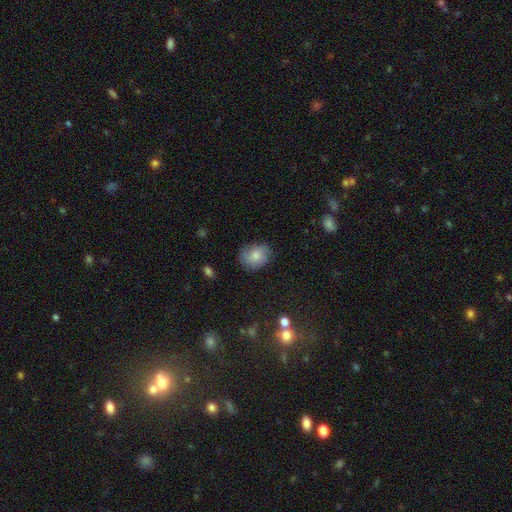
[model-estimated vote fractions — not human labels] Smooth or featured: smooth — 77% (featured or disk — 15%)
How rounded: round — 52% (in between — 47%)
Merging: none — 70% (minor disturbance — 23%)